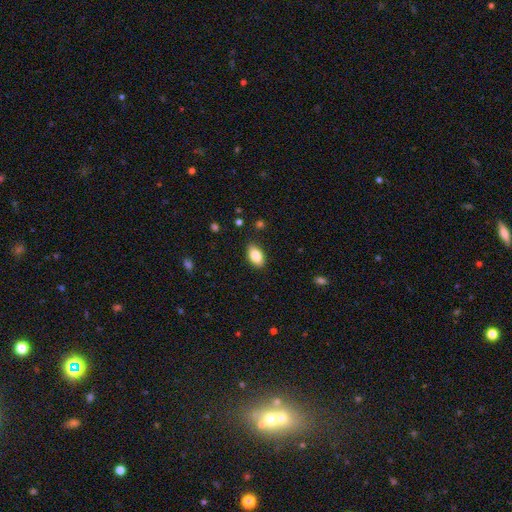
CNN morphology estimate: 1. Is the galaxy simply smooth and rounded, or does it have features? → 85% smooth, 7% featured or disk, 7% star or artifact.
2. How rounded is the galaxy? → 93% in between, 5% round, 3% cigar-shaped.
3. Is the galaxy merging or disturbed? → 87% none, 9% minor disturbance, 2% major disturbance, 1% merger.